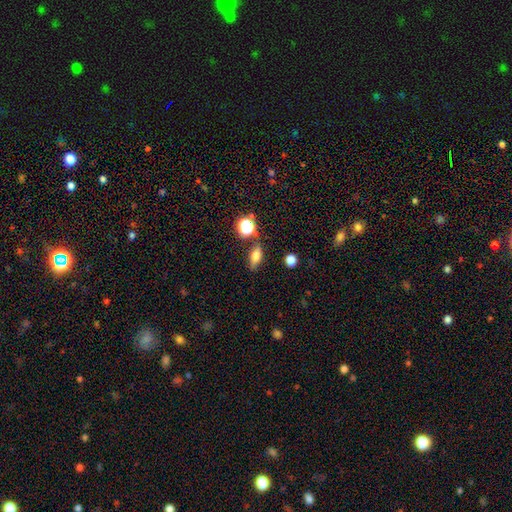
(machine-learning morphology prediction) type=smooth (65%); roundness=in between (65%); merging=none (75%).